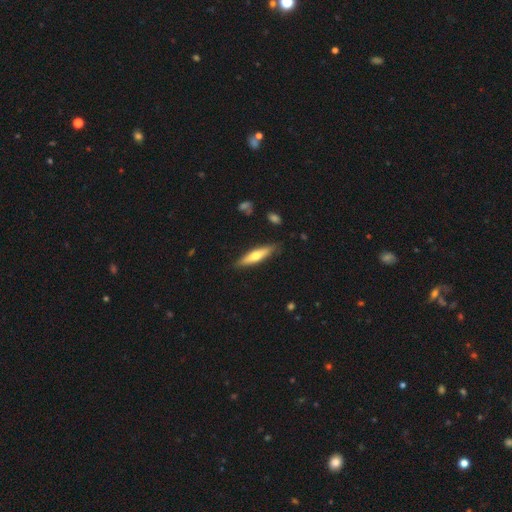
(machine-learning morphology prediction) A smooth galaxy with no disk features (53%) that is cigar-shaped (78%). Merging: none (86%).